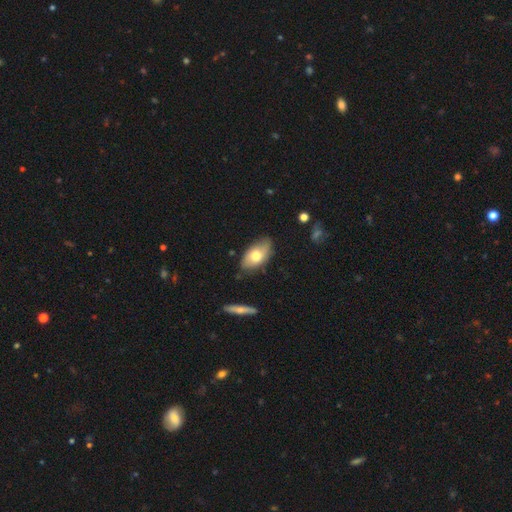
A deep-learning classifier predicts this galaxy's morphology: Smooth or featured: smooth — 68% (featured or disk — 26%)
How rounded: in between — 92% (round — 5%)
Merging: none — 72% (minor disturbance — 22%)